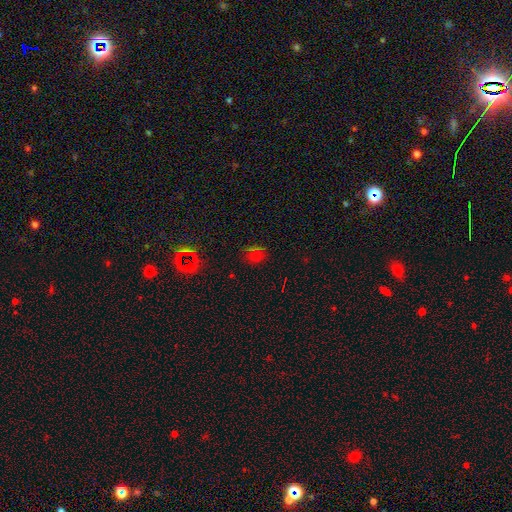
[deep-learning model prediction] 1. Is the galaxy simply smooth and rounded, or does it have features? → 47% smooth, 45% star or artifact, 8% featured or disk.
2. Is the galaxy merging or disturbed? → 74% none, 16% minor disturbance, 7% major disturbance, 3% merger.